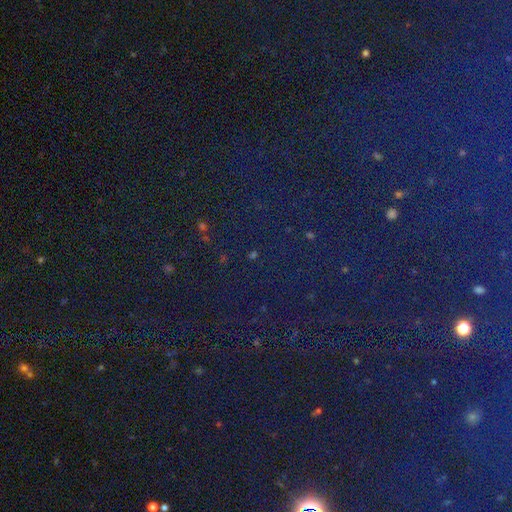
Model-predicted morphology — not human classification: Smooth or featured? star or artifact (83%)